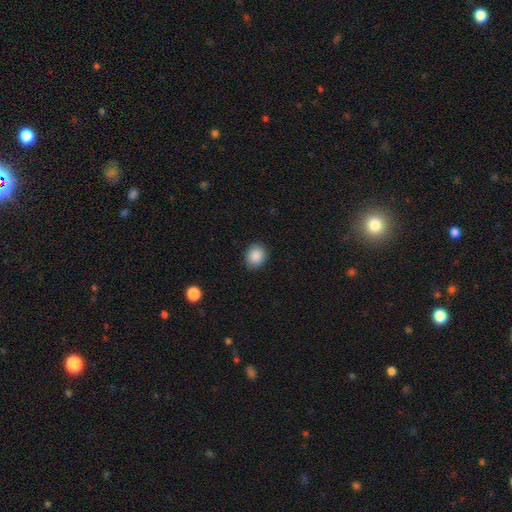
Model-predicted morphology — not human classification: A smooth galaxy with no disk features (88%) that is round (70%).

Vote fractions:
- Smooth or featured? smooth: 88% / star or artifact: 8% / featured or disk: 3%
- How rounded? round: 70% / in between: 29% / cigar-shaped: 1%
- Merging? none: 90% / minor disturbance: 7% / major disturbance: 2% / merger: 1%